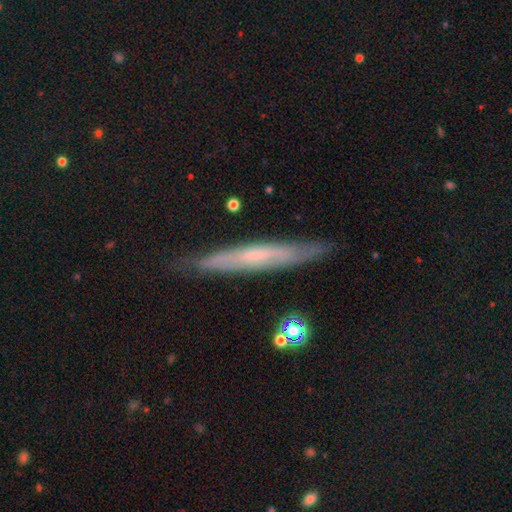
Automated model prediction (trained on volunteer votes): Smooth or featured? featured or disk (53%)
Edge-on disk? yes (83%)
Merging? none (81%)